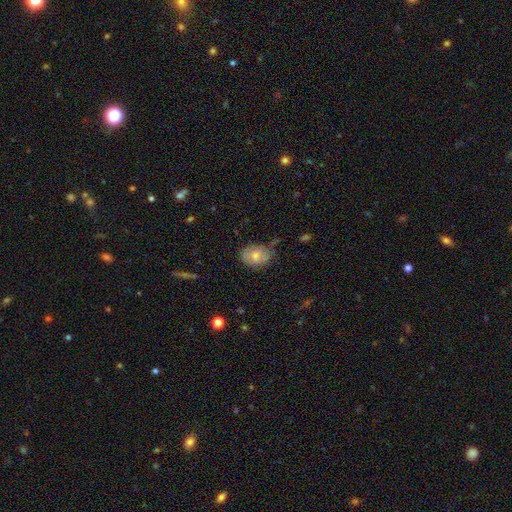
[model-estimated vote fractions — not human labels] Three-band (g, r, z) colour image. It shows a smooth galaxy with no disk features (74%) that is in between round and cigar-shaped (71%). Merging: none (67%).